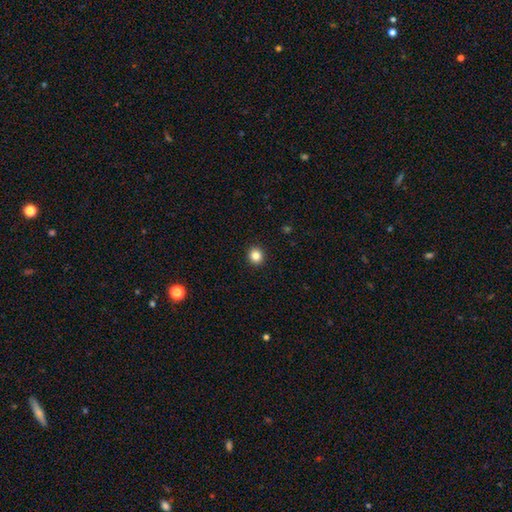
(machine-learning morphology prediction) The model was most divided on "smooth or featured": smooth: 84%, star or artifact: 11%, featured or disk: 5%. More confident: merging — none (93%); how rounded — round (88%).